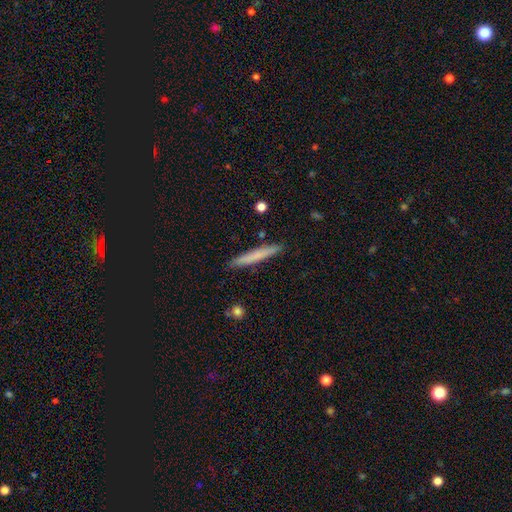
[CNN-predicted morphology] smooth 69%, featured or disk 25%, star or artifact 6%. Down the decision tree: how rounded — cigar-shaped (96%); merging — none (90%).